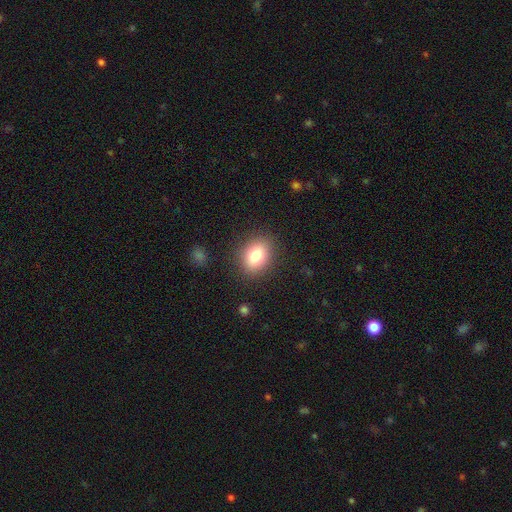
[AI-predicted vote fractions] Smooth or featured: smooth — 81% (star or artifact — 10%)
How rounded: in between — 61% (round — 38%)
Merging: none — 86% (minor disturbance — 9%)